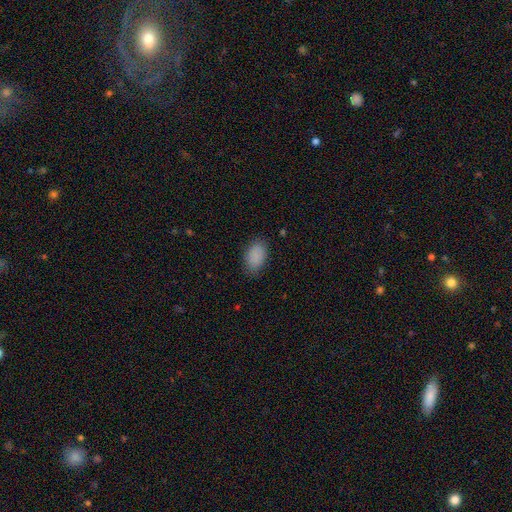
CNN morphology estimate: This appears to be a smooth galaxy with no disk features (88%) that is in between round and cigar-shaped (91%). Merging: none (81%).